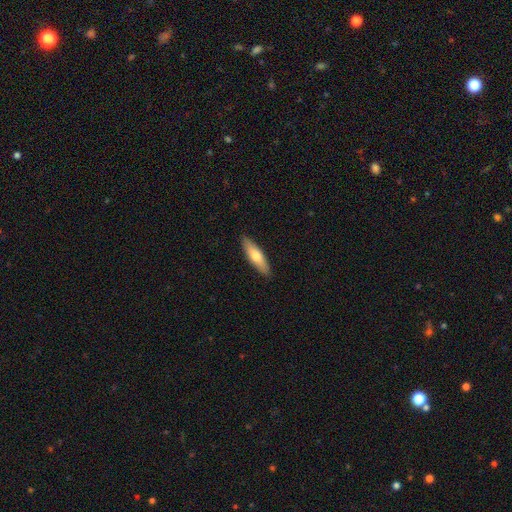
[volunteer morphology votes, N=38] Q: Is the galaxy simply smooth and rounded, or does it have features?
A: smooth — 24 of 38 (63%).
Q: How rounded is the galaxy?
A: cigar-shaped — 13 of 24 (54%).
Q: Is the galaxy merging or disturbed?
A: none — 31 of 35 (89%).